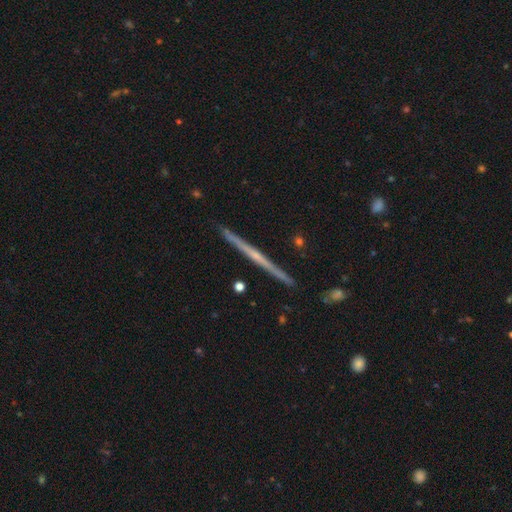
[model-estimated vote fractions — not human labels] Morphology: type=featured or disk (77%); edge-on=yes (99%); edge-on bulge=none (49%); merging=none (92%).